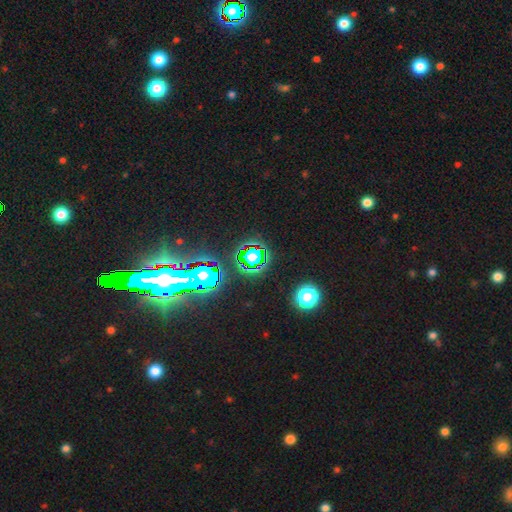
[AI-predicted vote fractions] This is likely a star or artifact rather than a galaxy (70%).